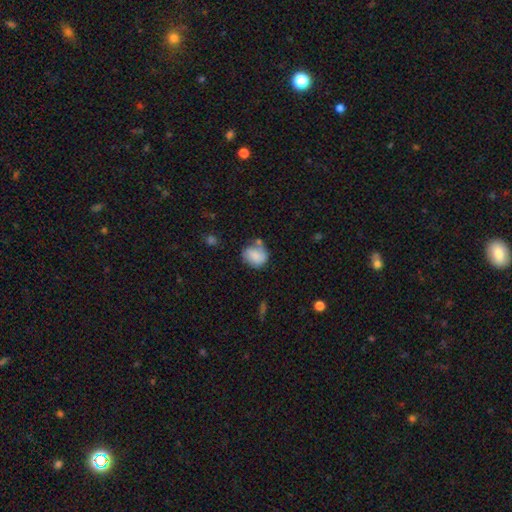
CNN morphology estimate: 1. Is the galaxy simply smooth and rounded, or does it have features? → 75% smooth, 17% featured or disk, 8% star or artifact.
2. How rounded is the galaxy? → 62% round, 37% in between, 1% cigar-shaped.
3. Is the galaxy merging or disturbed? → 50% none, 26% minor disturbance, 14% merger, 10% major disturbance.